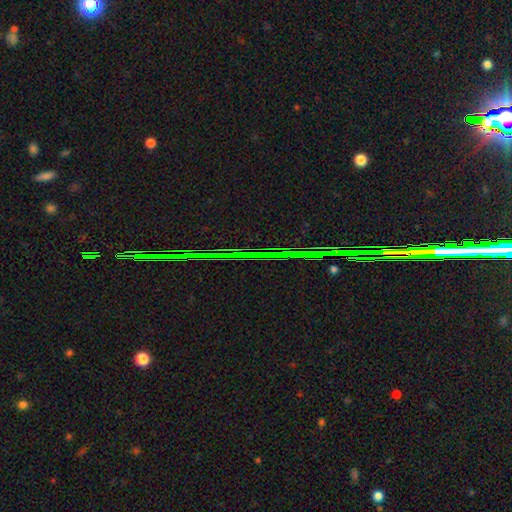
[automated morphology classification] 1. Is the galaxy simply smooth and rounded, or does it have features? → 84% star or artifact, 9% featured or disk, 7% smooth.